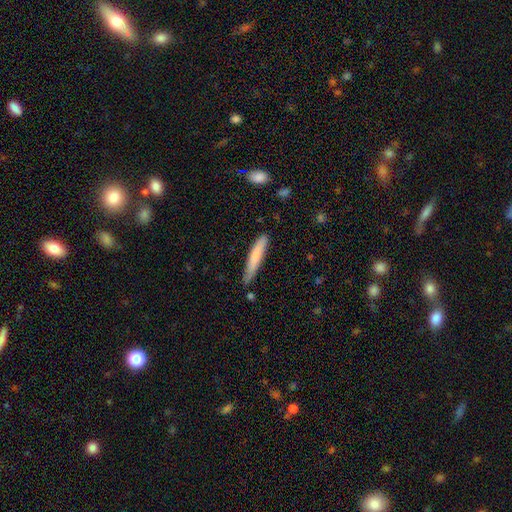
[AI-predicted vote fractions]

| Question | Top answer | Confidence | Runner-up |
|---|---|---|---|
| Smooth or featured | smooth | 75% | featured or disk (20%) |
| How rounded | cigar-shaped | 93% | in between (6%) |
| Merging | none | 73% | minor disturbance (21%) |